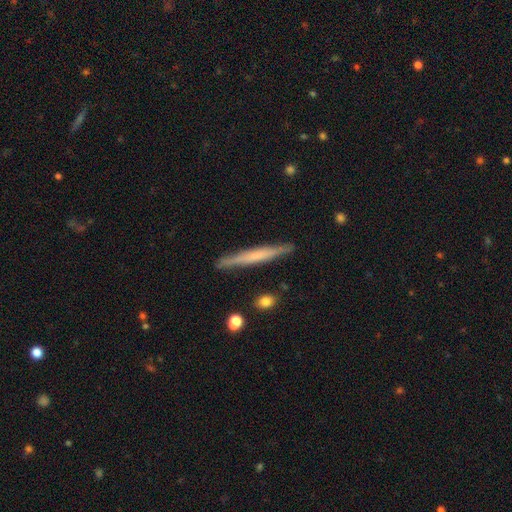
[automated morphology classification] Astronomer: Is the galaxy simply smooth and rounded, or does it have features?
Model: featured or disk — 50% (runner-up: smooth, 45%).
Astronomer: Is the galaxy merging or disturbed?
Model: none — 87%.